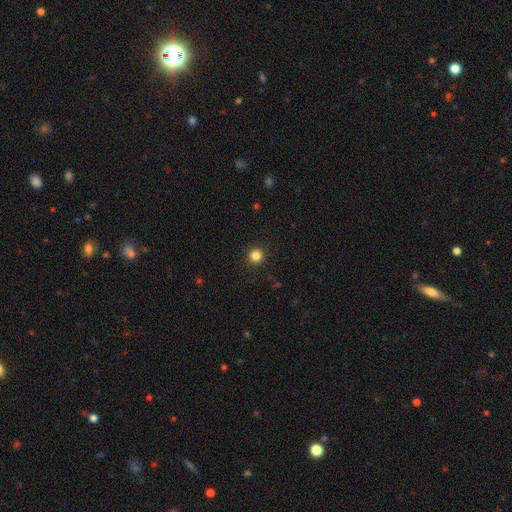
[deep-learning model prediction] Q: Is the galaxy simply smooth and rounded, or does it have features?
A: smooth — 84%.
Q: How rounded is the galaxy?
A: round — 95%.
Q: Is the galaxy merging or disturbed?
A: none — 92%.